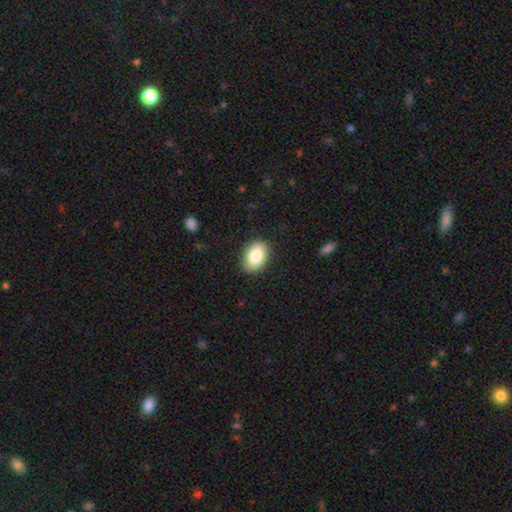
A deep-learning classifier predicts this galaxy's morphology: Q: Smooth or featured?
A: smooth (87%); runner-up: star or artifact (7%)
Q: How rounded?
A: in between (86%); runner-up: round (13%)
Q: Merging?
A: none (88%); runner-up: minor disturbance (9%)